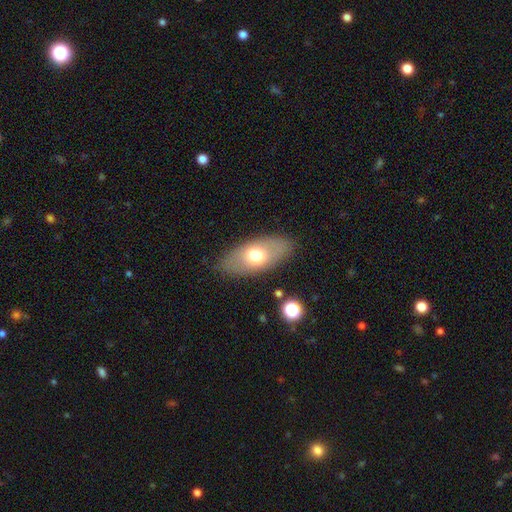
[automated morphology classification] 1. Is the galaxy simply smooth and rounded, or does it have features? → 64% smooth, 29% featured or disk, 7% star or artifact.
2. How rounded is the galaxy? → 88% in between, 7% cigar-shaped, 5% round.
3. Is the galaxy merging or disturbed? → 84% none, 11% minor disturbance, 4% major disturbance, 1% merger.